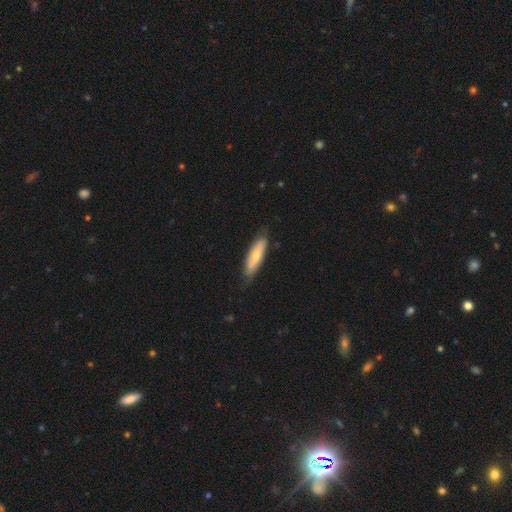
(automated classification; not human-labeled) smooth 59%, featured or disk 35%, star or artifact 5%. Down the decision tree: how rounded — cigar-shaped (62%); merging — none (75%).